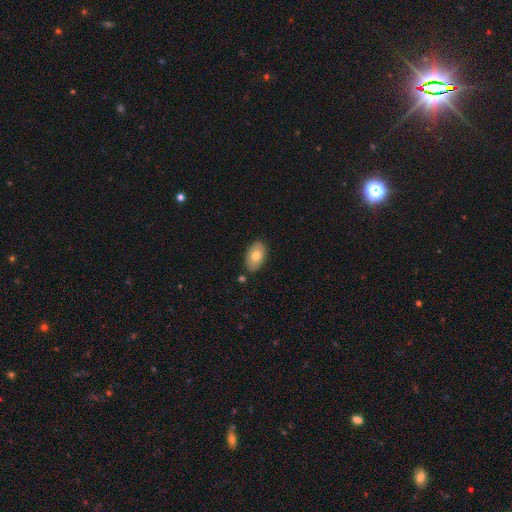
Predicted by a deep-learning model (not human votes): A smooth galaxy with no disk features (74%) that is in between round and cigar-shaped (92%).

Vote fractions:
- Smooth or featured? smooth: 74% / featured or disk: 19% / star or artifact: 7%
- How rounded? in between: 92% / round: 7% / cigar-shaped: 1%
- Merging? none: 83% / minor disturbance: 12% / merger: 3% / major disturbance: 2%